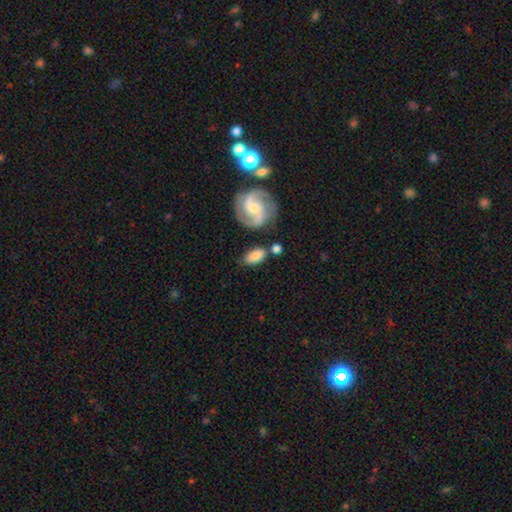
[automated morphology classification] A smooth galaxy with no disk features (71%) that is in between round and cigar-shaped (88%).

Vote fractions:
- Smooth or featured? smooth: 71% / featured or disk: 23% / star or artifact: 6%
- How rounded? in between: 88% / round: 7% / cigar-shaped: 5%
- Merging? none: 66% / minor disturbance: 18% / merger: 11% / major disturbance: 5%